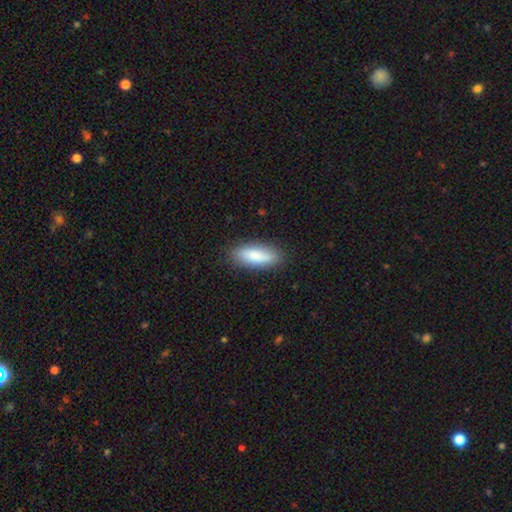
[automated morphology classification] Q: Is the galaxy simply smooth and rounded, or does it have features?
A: smooth — 83%.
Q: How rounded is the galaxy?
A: in between — 65%.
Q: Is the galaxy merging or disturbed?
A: none — 85%.